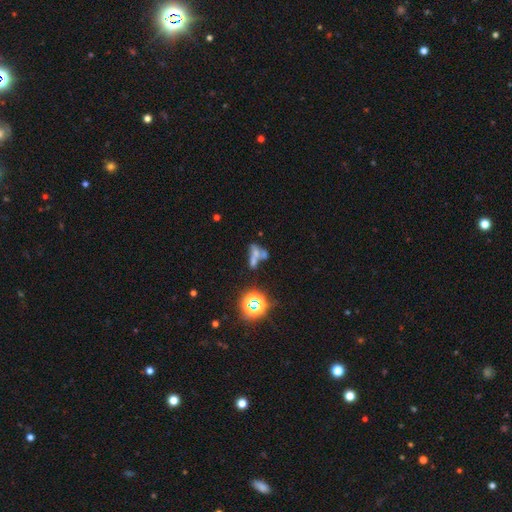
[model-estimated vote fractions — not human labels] The model was most divided on "smooth or featured": smooth: 40%, featured or disk: 31%, star or artifact: 28%. More confident: merging — merger (53%).